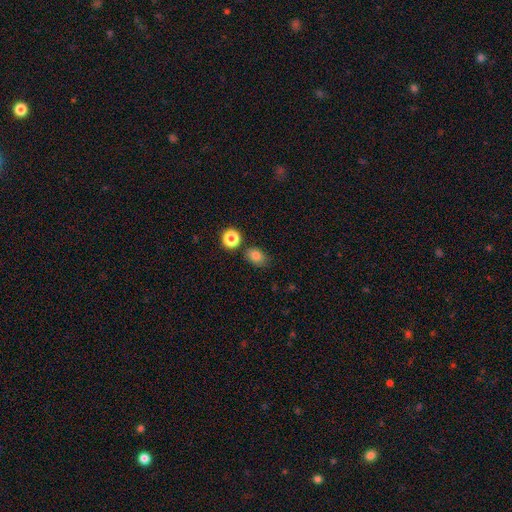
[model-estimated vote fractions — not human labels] Smooth or featured?
  - smooth: 82% *
  - star or artifact: 13%
  - featured or disk: 5%
How rounded?
  - in between: 58% *
  - round: 40%
  - cigar-shaped: 1%
Merging?
  - none: 73% *
  - minor disturbance: 15%
  - merger: 7%
  - major disturbance: 4%